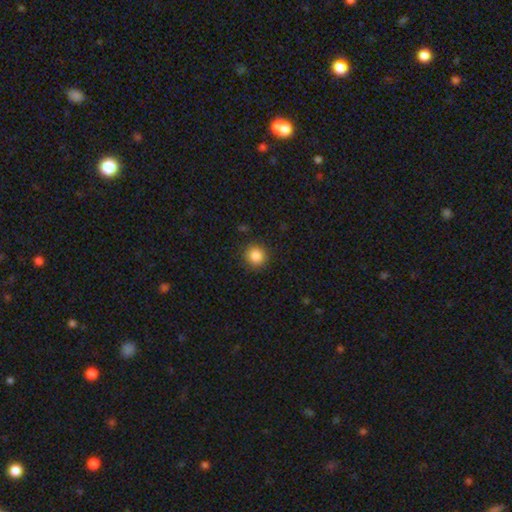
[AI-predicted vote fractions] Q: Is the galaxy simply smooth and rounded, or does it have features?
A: smooth — 86%.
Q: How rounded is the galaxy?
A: round — 93%.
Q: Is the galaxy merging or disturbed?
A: none — 89%.